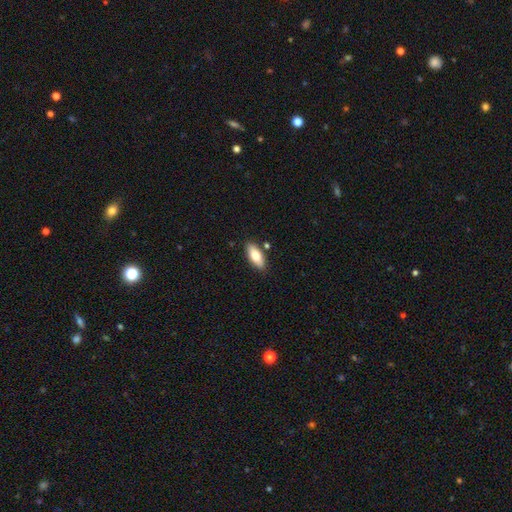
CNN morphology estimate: Smooth or featured?
  - smooth: 75% *
  - featured or disk: 19%
  - star or artifact: 6%
How rounded?
  - in between: 80% *
  - cigar-shaped: 18%
  - round: 2%
Merging?
  - none: 85% *
  - minor disturbance: 9%
  - merger: 3%
  - major disturbance: 2%